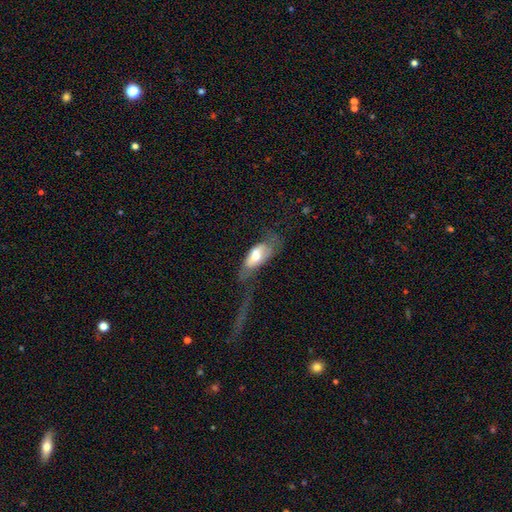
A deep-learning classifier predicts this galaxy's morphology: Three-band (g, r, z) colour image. It shows a smooth galaxy with no disk features (55%) that is in between round and cigar-shaped (83%). Merging: major disturbance (50%).